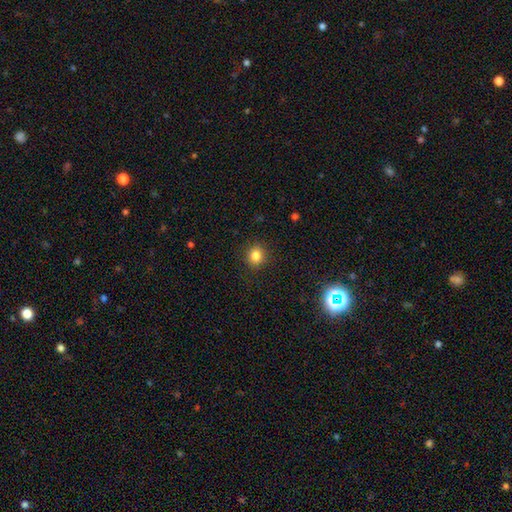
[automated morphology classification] This is clearly a smooth galaxy (83%). How rounded: clearly round (85%). Merging: clearly none (90%).